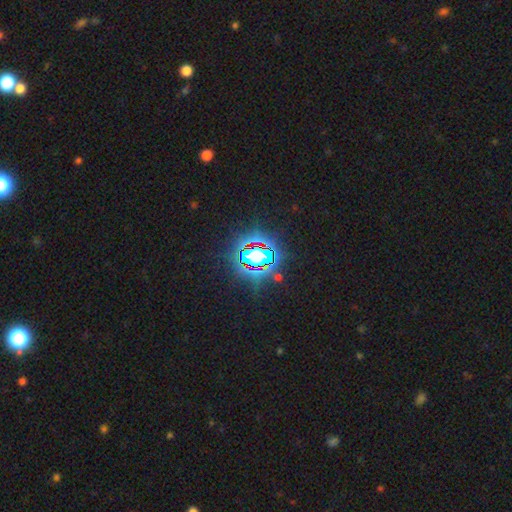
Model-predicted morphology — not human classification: Overall: star or artifact (77%).